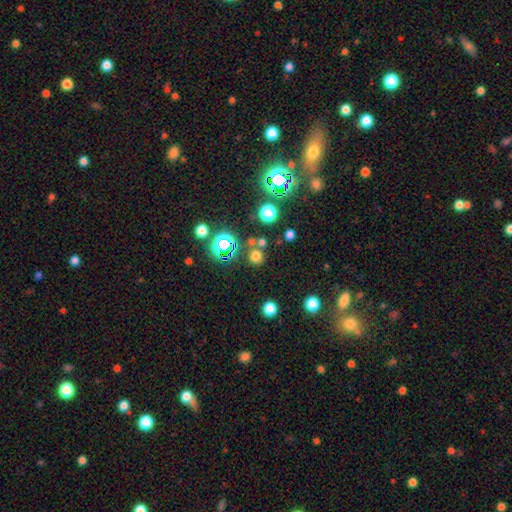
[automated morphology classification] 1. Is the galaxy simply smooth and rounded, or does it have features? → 63% smooth, 31% star or artifact, 7% featured or disk.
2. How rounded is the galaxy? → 91% round, 8% in between, 1% cigar-shaped.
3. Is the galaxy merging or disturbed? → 76% none, 12% merger, 8% minor disturbance, 4% major disturbance.